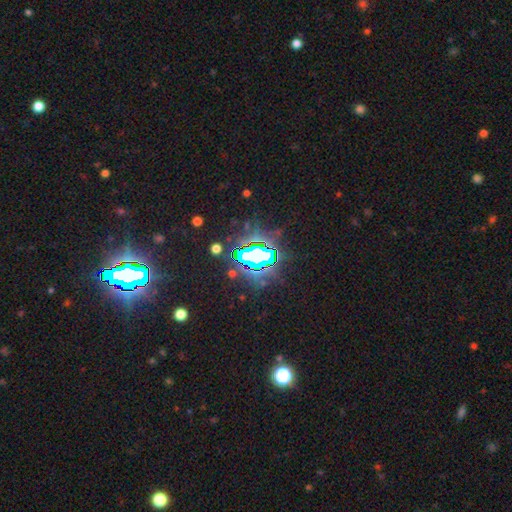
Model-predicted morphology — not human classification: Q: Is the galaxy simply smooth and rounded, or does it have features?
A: star or artifact — 73%.